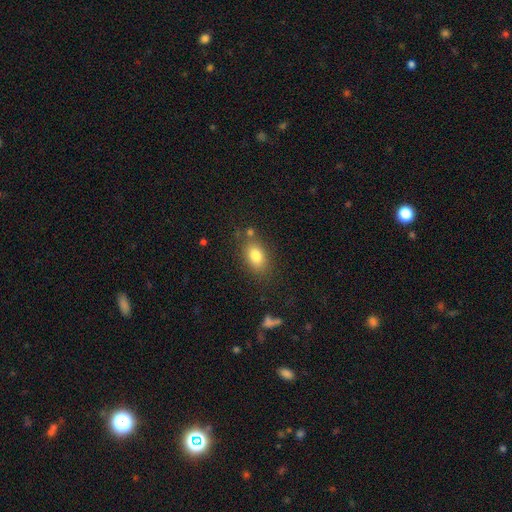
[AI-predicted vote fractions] Smooth or featured: smooth — 80% (featured or disk — 10%)
How rounded: in between — 82% (round — 16%)
Merging: none — 75% (minor disturbance — 15%)